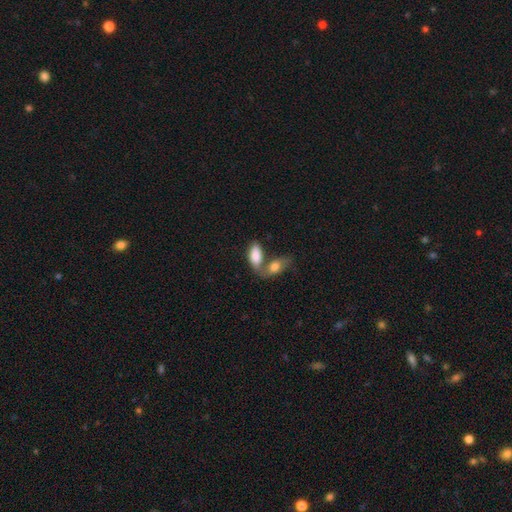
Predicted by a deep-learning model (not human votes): Smooth or featured?
  - smooth: 83% *
  - featured or disk: 10%
  - star or artifact: 6%
How rounded?
  - in between: 91% *
  - cigar-shaped: 5%
  - round: 3%
Merging?
  - merger: 61% *
  - none: 25%
  - minor disturbance: 9%
  - major disturbance: 5%